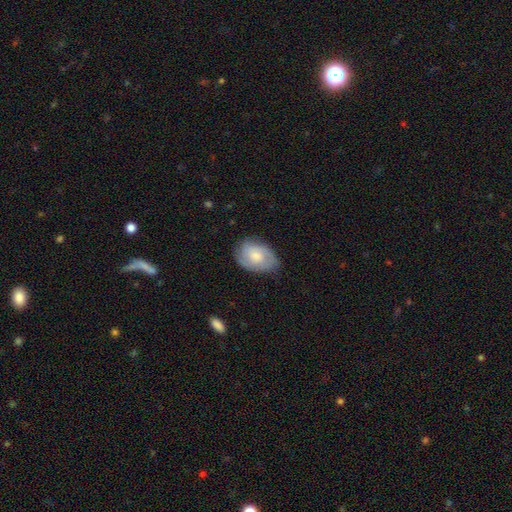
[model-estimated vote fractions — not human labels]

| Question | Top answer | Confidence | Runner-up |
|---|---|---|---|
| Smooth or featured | featured or disk | 55% | smooth (39%) |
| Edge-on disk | no | 96% | yes (4%) |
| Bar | no | 71% | weak (26%) |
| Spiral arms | yes | 86% | no (14%) |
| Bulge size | moderate | 48% | small (31%) |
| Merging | none | 74% | minor disturbance (20%) |